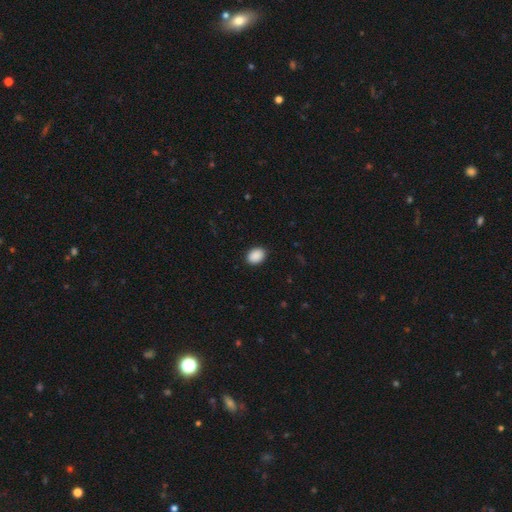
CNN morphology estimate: smooth 90%, star or artifact 8%, featured or disk 2%. Down the decision tree: how rounded — in between (66%); merging — none (90%).